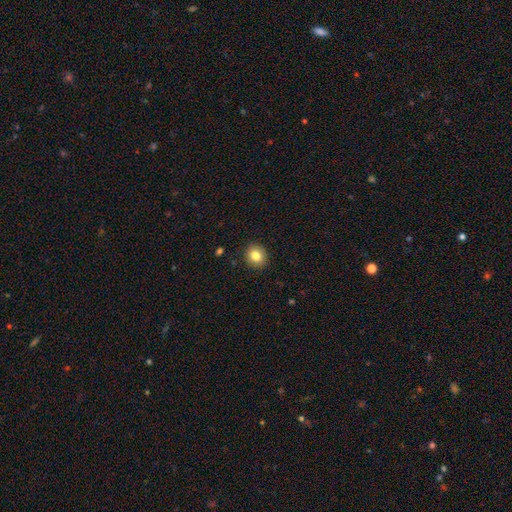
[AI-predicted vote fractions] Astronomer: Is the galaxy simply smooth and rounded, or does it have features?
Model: smooth — 83%.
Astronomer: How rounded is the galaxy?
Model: round — 76%.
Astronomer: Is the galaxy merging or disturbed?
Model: none — 91%.